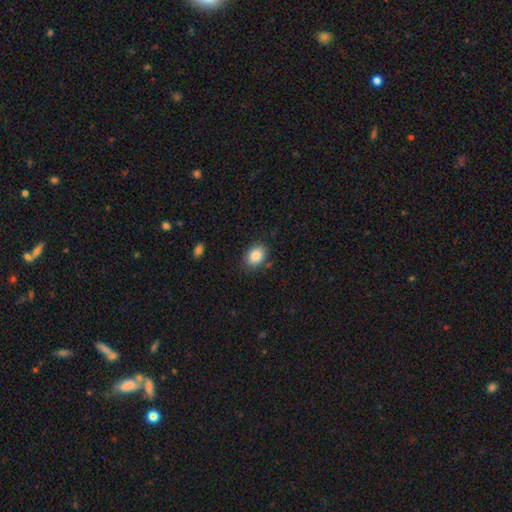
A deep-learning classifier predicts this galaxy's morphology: smooth 87%, star or artifact 8%, featured or disk 5%. Down the decision tree: how rounded — in between (74%); merging — none (81%).